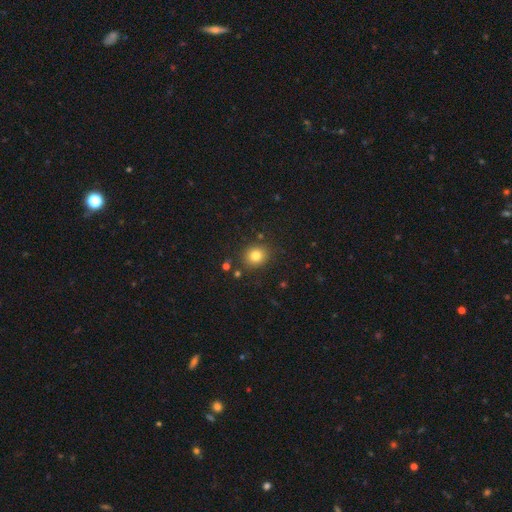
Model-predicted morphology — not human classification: Q: Smooth or featured?
A: smooth (81%); runner-up: star or artifact (12%)
Q: How rounded?
A: round (78%); runner-up: in between (21%)
Q: Merging?
A: none (85%); runner-up: minor disturbance (9%)